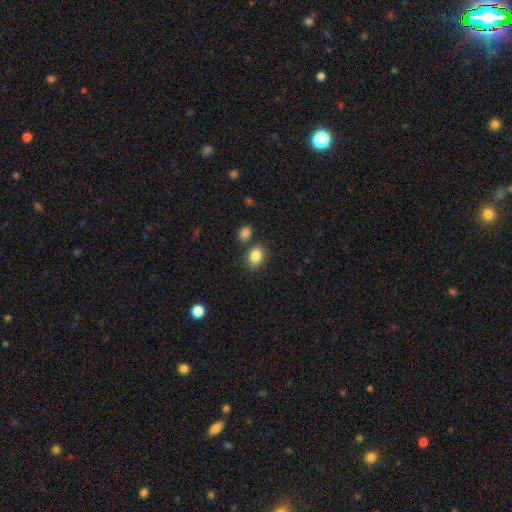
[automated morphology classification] The model was most divided on "how rounded": in between: 64%, round: 35%, cigar-shaped: 1%. More confident: smooth or featured — smooth (85%); merging — none (73%).